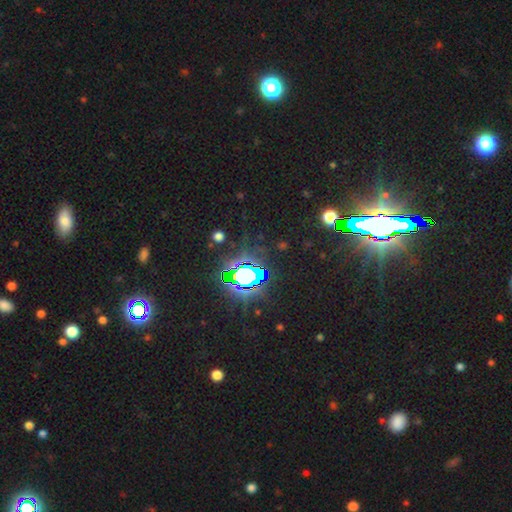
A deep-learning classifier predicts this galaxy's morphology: type=star or artifact (82%).